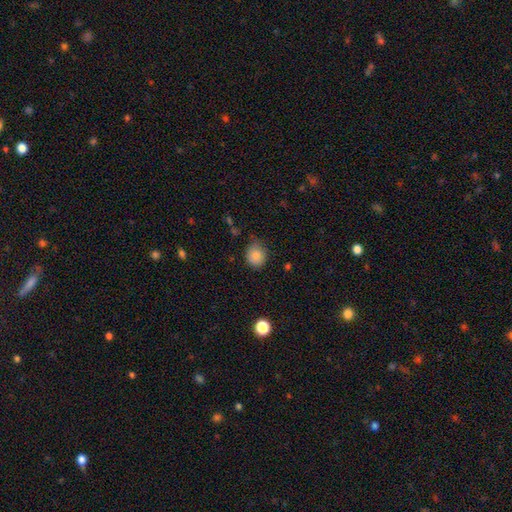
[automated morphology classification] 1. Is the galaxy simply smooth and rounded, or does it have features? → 85% smooth, 9% star or artifact, 5% featured or disk.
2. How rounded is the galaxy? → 73% round, 26% in between, 1% cigar-shaped.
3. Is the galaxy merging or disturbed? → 71% none, 23% minor disturbance, 4% major disturbance, 2% merger.